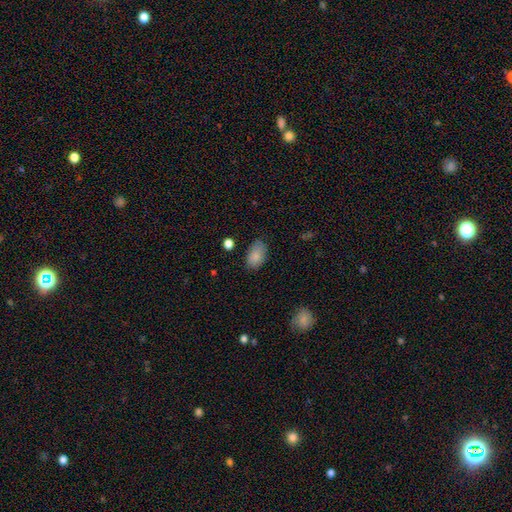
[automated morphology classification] Smooth or featured?
  - smooth: 86% *
  - star or artifact: 7%
  - featured or disk: 7%
How rounded?
  - in between: 91% *
  - round: 8%
  - cigar-shaped: 1%
Merging?
  - none: 75% *
  - minor disturbance: 19%
  - major disturbance: 4%
  - merger: 2%